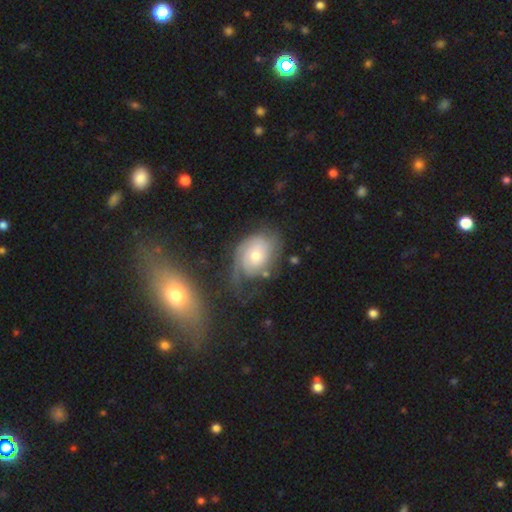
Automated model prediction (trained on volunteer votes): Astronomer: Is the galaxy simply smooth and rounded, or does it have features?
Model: featured or disk — 70%.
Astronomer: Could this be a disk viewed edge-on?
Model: no — 96%.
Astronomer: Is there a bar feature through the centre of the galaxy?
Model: no — 77%.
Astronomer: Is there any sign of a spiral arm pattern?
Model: yes — 88%.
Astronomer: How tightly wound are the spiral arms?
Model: tight — 58%.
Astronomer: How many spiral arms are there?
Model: can't tell — 36% (runner-up: 2, 31%).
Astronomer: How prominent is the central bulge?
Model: moderate — 55% (runner-up: small, 39%).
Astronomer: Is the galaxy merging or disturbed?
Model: none — 45% (runner-up: minor disturbance, 24%).